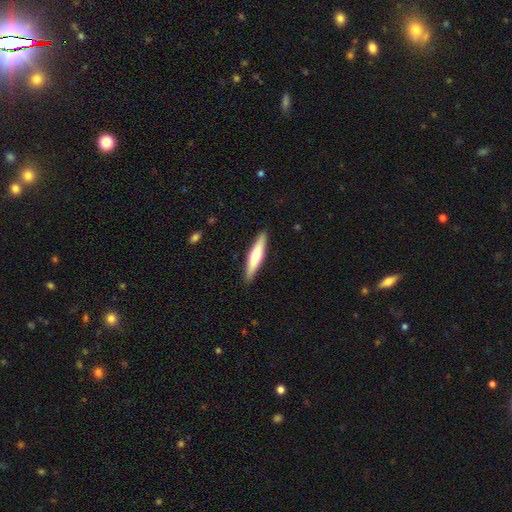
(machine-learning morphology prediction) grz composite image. It shows a smooth galaxy with no disk features (62%) that is cigar-shaped (88%). Merging: none (90%).